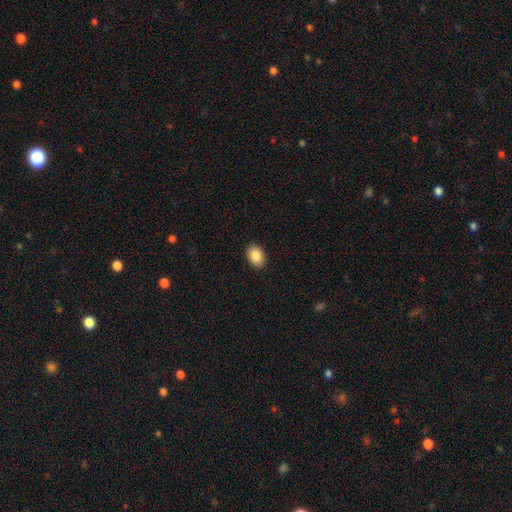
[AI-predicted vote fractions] A smooth galaxy with no disk features (87%) that is in between round and cigar-shaped (81%). Merging: none (90%).